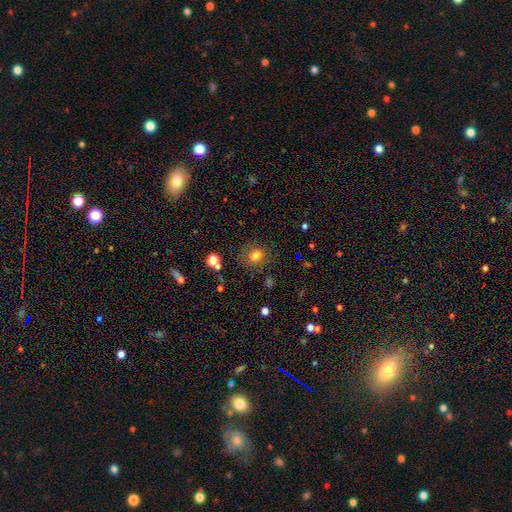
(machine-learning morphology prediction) smooth-or-featured: smooth: 74% | star or artifact: 15% | featured or disk: 12%
  how-rounded: round: 81% | in between: 18% | cigar-shaped: 1%
  merging: none: 77% | minor disturbance: 14% | major disturbance: 6% | merger: 3%